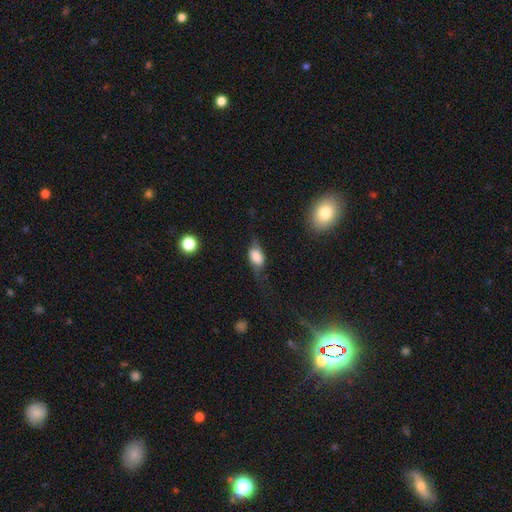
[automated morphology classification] Overall: smooth (61%; featured or disk 30%). How rounded: in between (83%). Merging: none (49%; minor disturbance 28%).